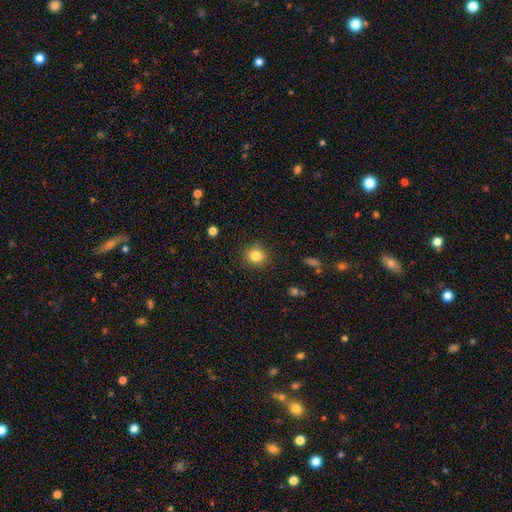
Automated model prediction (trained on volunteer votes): smooth 83%, star or artifact 11%, featured or disk 6%. Down the decision tree: how rounded — round (85%); merging — none (88%).